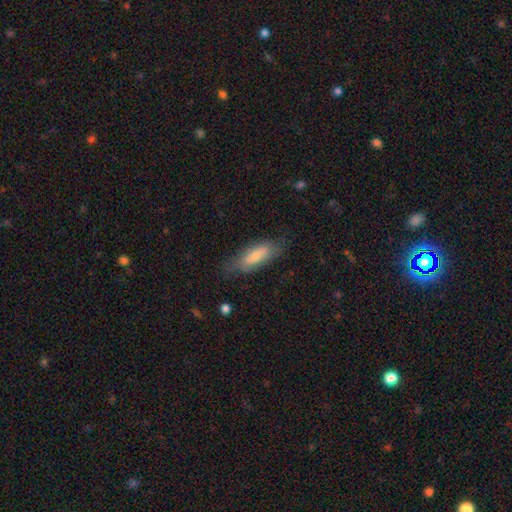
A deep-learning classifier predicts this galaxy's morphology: Q: Smooth or featured?
A: smooth (64%); runner-up: featured or disk (28%)
Q: How rounded?
A: in between (59%); runner-up: cigar-shaped (39%)
Q: Merging?
A: none (73%); runner-up: minor disturbance (20%)